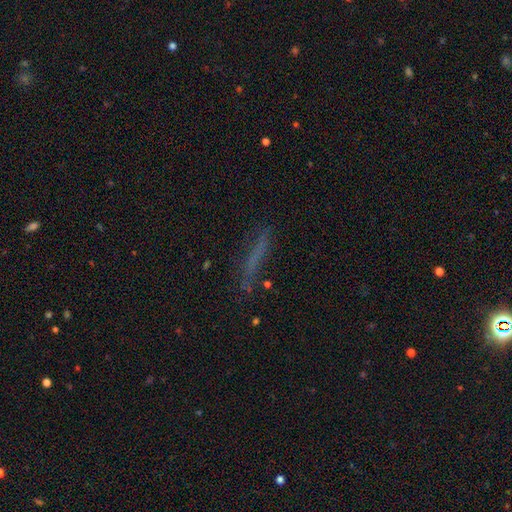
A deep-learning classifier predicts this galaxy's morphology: smooth 51%, featured or disk 32%, star or artifact 17%. Down the decision tree: how rounded — cigar-shaped (90%); merging — none (71%).